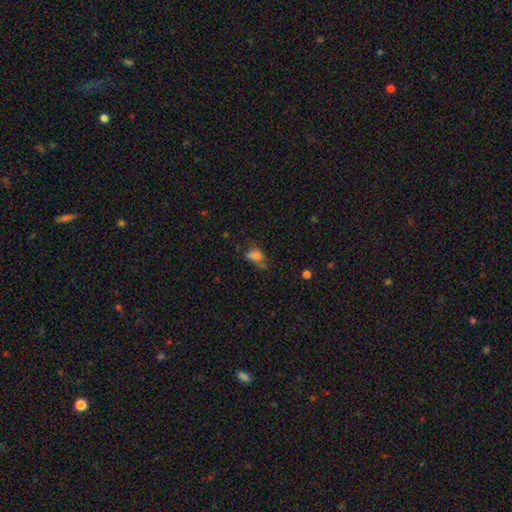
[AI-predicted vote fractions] Smooth or featured? Predicted: smooth (p=0.73). How rounded? Predicted: in between (p=0.83). Merging? Predicted: none (p=0.34).